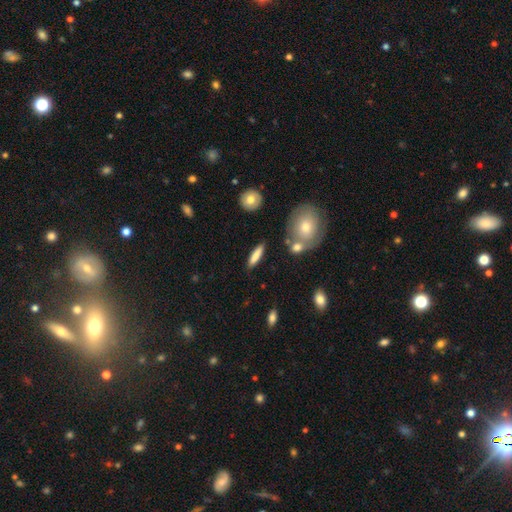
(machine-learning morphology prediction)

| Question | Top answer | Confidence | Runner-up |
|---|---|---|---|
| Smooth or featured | smooth | 78% | featured or disk (15%) |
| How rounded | cigar-shaped | 74% | in between (24%) |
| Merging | none | 83% | minor disturbance (10%) |